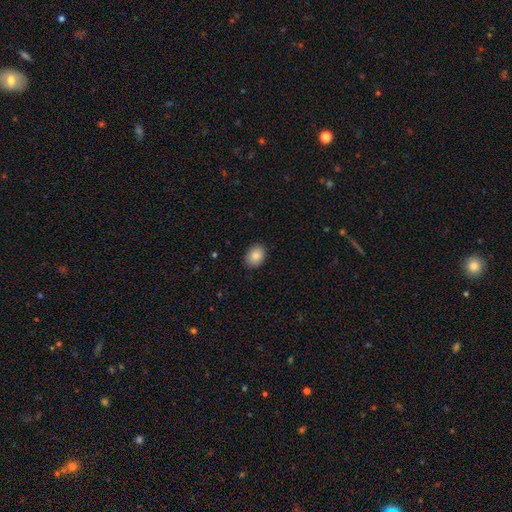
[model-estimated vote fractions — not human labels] Smooth or featured?
  - smooth: 86% *
  - star or artifact: 8%
  - featured or disk: 5%
How rounded?
  - in between: 56% *
  - round: 43%
  - cigar-shaped: 1%
Merging?
  - none: 88% *
  - minor disturbance: 9%
  - major disturbance: 2%
  - merger: 1%